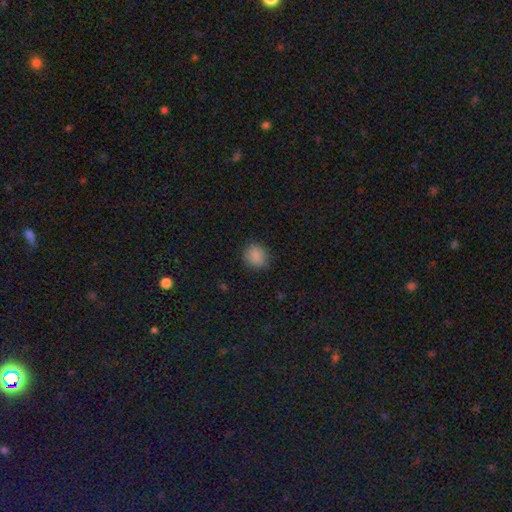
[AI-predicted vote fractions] smooth_or_featured: smooth (p=0.87) [alt: star or artifact p=0.10]
how_rounded: round (p=0.79) [alt: in between p=0.20]
merging: none (p=0.86) [alt: minor disturbance p=0.10]